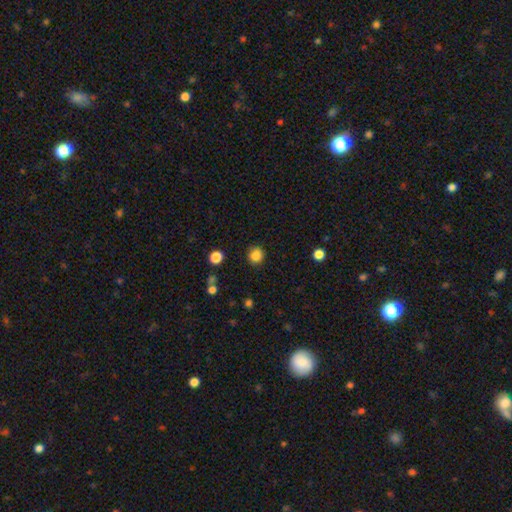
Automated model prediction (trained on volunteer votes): Overall: smooth (85%). How rounded: round (85%). Merging: none (87%).